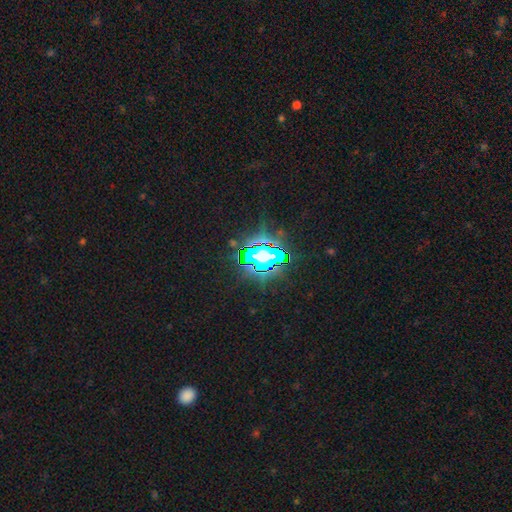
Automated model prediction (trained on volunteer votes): Smooth or featured? star or artifact (81%)